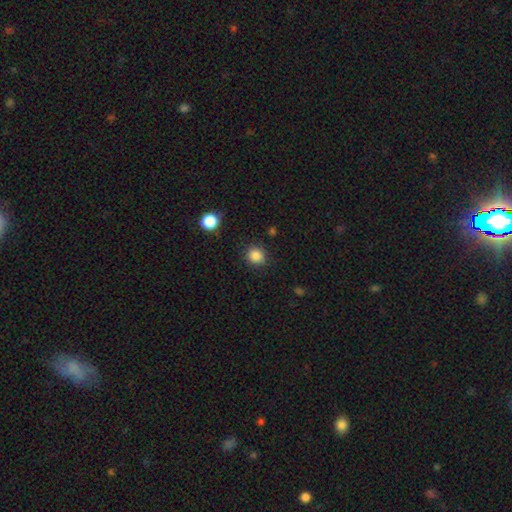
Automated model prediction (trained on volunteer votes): Smooth or featured: smooth — 86% (star or artifact — 11%)
How rounded: round — 85% (in between — 14%)
Merging: none — 87% (minor disturbance — 8%)